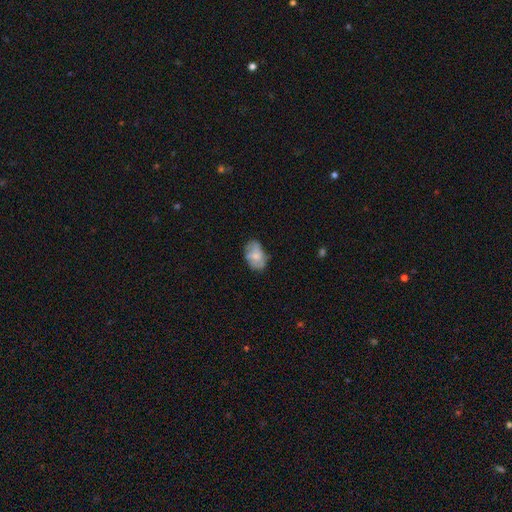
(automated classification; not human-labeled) Morphology: type=smooth (61%); roundness=in between (87%); merging=none (56%).